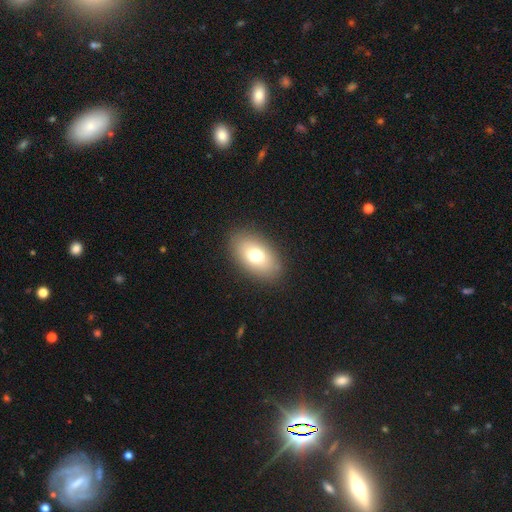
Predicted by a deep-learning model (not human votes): Smooth or featured?
  - smooth: 73% *
  - featured or disk: 17%
  - star or artifact: 9%
How rounded?
  - in between: 90% *
  - round: 8%
  - cigar-shaped: 2%
Merging?
  - none: 87% *
  - minor disturbance: 9%
  - major disturbance: 3%
  - merger: 1%